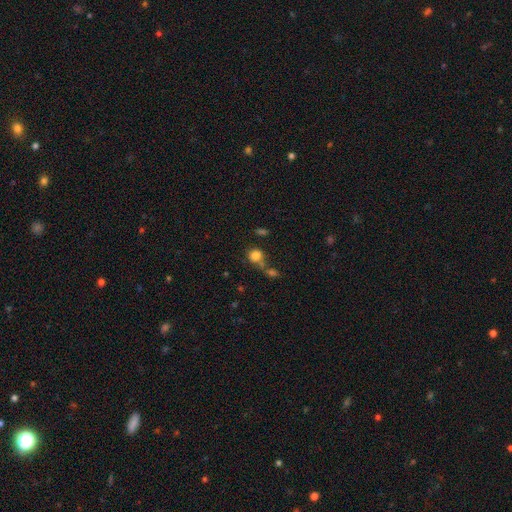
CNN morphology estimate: type=smooth (81%); roundness=round (79%); merging=none (48%).